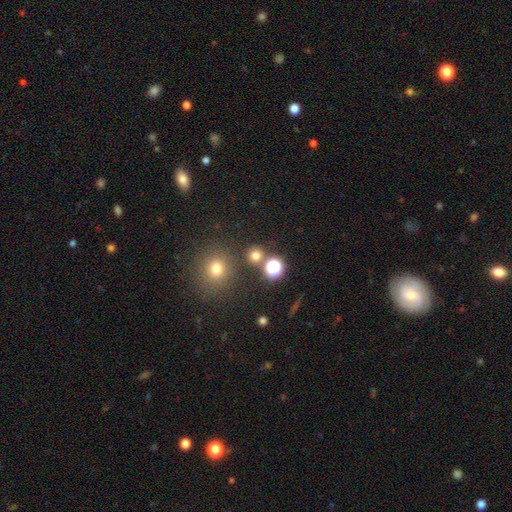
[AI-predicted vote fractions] Overall: smooth (71%). How rounded: round (90%). Merging: none (78%).